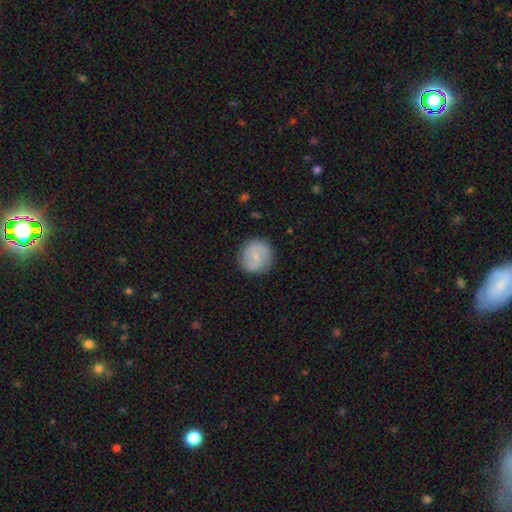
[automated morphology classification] A smooth galaxy with no disk features (58%) that is round (91%).

Vote fractions:
- Smooth or featured? smooth: 58% / featured or disk: 35% / star or artifact: 7%
- How rounded? round: 91% / in between: 8% / cigar-shaped: 1%
- Merging? none: 87% / minor disturbance: 9% / major disturbance: 3% / merger: 1%